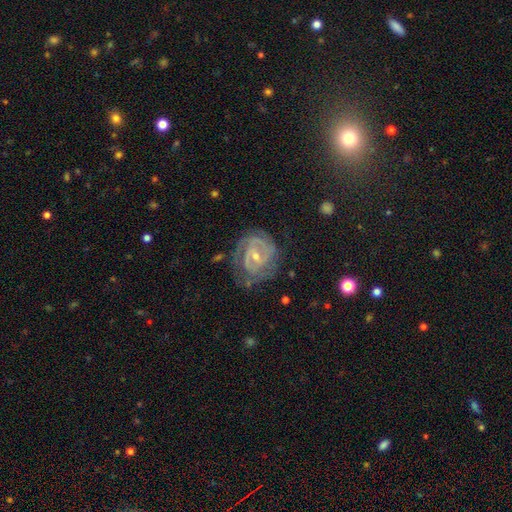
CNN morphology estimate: Smooth or featured: featured or disk — 88% (smooth — 7%)
Edge-on disk: no — 97% (yes — 3%)
Bar: weak — 50% (strong — 26%)
Spiral arms: yes — 96% (no — 4%)
Spiral winding: tight — 66% (medium — 28%)
Spiral arm count: 2 — 57% (can't tell — 18%)
Bulge size: small — 62% (moderate — 35%)
Merging: none — 69% (minor disturbance — 20%)